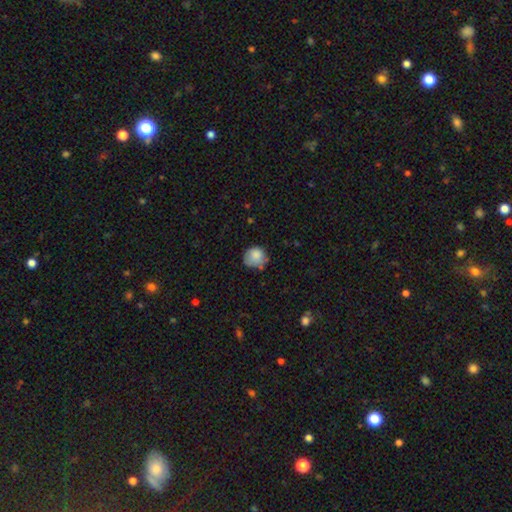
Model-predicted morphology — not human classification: Smooth or featured?
  - smooth: 82% *
  - featured or disk: 10%
  - star or artifact: 9%
How rounded?
  - round: 80% *
  - in between: 19%
  - cigar-shaped: 1%
Merging?
  - none: 58% *
  - minor disturbance: 30%
  - major disturbance: 8%
  - merger: 5%